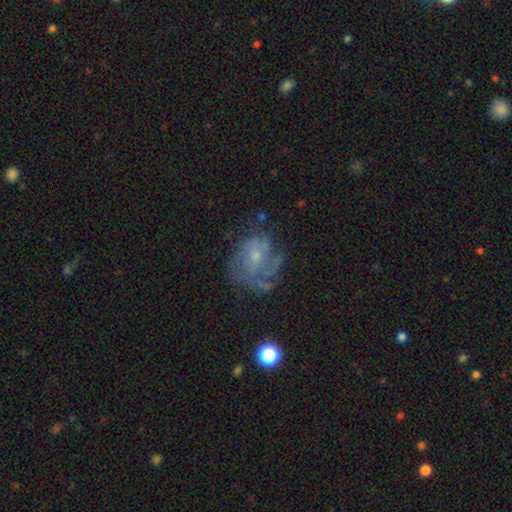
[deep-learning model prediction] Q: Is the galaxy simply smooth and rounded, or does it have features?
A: featured or disk — 69%.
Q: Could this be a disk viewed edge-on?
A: no — 97%.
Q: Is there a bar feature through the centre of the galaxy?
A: no — 70%.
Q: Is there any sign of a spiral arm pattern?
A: yes — 79%.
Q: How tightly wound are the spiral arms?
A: tight — 46%.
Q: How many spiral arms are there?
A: can't tell — 40%.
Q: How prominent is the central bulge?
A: small — 60%.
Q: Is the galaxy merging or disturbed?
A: none — 50%.